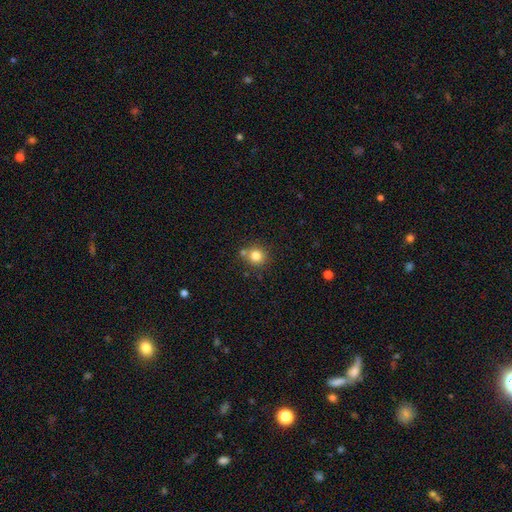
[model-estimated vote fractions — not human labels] Smooth or featured? Predicted: smooth (p=0.81). How rounded? Predicted: round (p=0.89). Merging? Predicted: none (p=0.72).